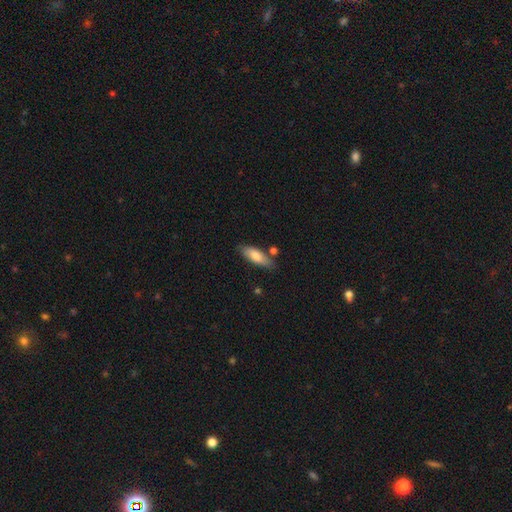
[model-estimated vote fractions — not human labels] smooth 76%, featured or disk 18%, star or artifact 6%. Down the decision tree: how rounded — in between (68%); merging — none (74%).